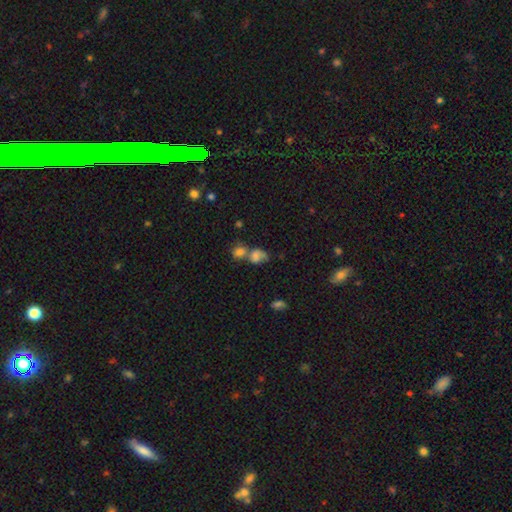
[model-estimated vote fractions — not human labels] Q: Smooth or featured?
A: smooth (64%); runner-up: featured or disk (22%)
Q: How rounded?
A: in between (55%); runner-up: round (43%)
Q: Merging?
A: merger (58%); runner-up: none (22%)